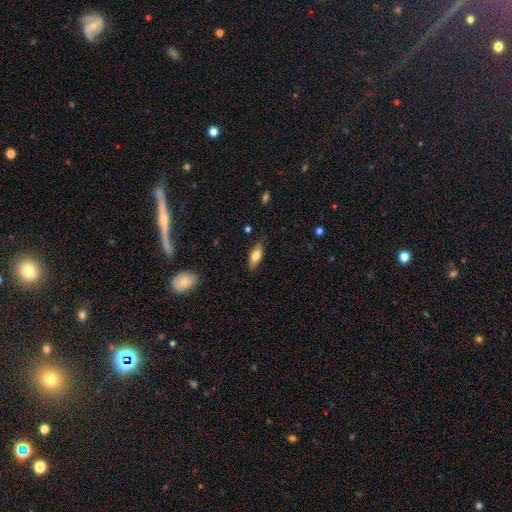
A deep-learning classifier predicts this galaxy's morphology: smooth_or_featured: smooth (p=0.72) [alt: featured or disk p=0.21]
how_rounded: in between (p=0.72) [alt: cigar-shaped p=0.25]
merging: none (p=0.81) [alt: minor disturbance p=0.15]